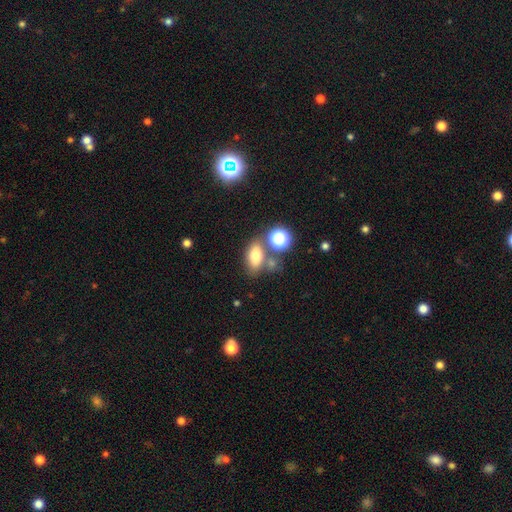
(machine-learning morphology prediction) smooth 73%, star or artifact 14%, featured or disk 13%. Down the decision tree: how rounded — in between (79%); merging — none (58%).